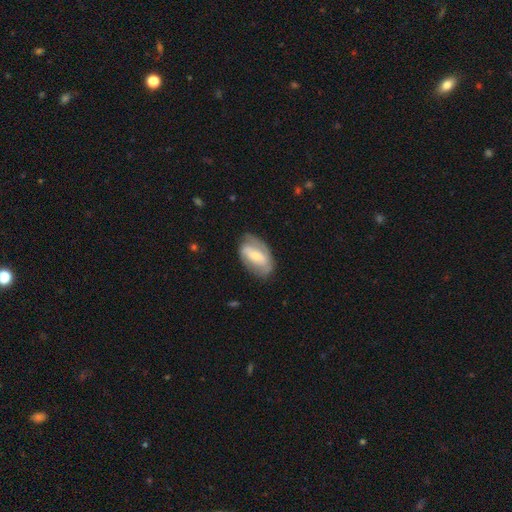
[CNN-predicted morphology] A featured or disk galaxy (62%) with a strong bar (41%), spiral arms (65%) and a small central bulge (52%).

Vote fractions:
- Smooth or featured? featured or disk: 62% / smooth: 32% / star or artifact: 6%
- Edge-on disk? no: 93% / yes: 7%
- Bar? strong: 41% / weak: 33% / no: 26%
- Spiral arms? yes: 65% / no: 35%
- Bulge size? small: 52% / moderate: 41% / large: 4% / none: 2% / dominant: 1%
- Merging? none: 69% / minor disturbance: 21% / major disturbance: 8% / merger: 1%